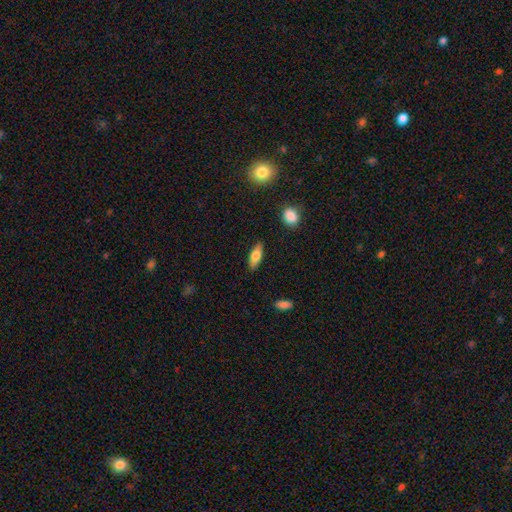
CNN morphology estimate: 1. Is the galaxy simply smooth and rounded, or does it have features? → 70% smooth, 23% featured or disk, 7% star or artifact.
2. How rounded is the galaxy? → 70% in between, 28% cigar-shaped, 3% round.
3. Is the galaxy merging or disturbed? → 86% none, 11% minor disturbance, 2% major disturbance, 1% merger.